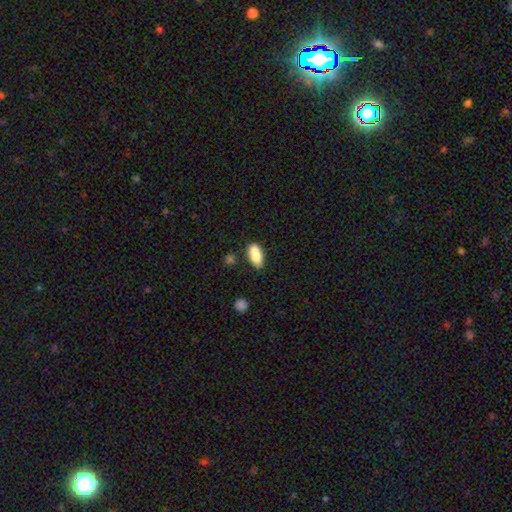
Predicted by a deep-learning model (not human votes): Smooth or featured?
  - smooth: 84% *
  - featured or disk: 8%
  - star or artifact: 7%
How rounded?
  - in between: 87% *
  - cigar-shaped: 11%
  - round: 3%
Merging?
  - none: 73% *
  - minor disturbance: 18%
  - merger: 6%
  - major disturbance: 4%